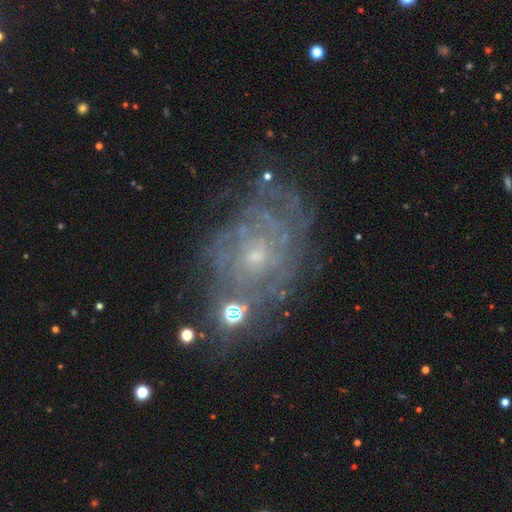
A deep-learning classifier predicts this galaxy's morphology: This appears to be a featured or disk galaxy (76%) with no bar (79%), tight (73%) spiral arms (88%) and a small central bulge (78%). Merging: none (67%).